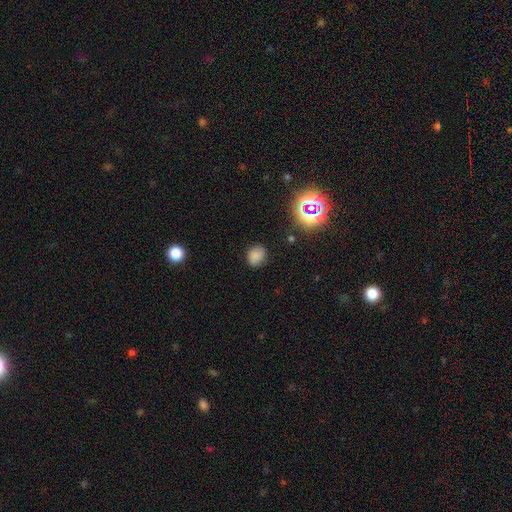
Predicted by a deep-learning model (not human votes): This is likely a smooth galaxy (77%). How rounded: likely round (64%). Merging: clearly none (83%).